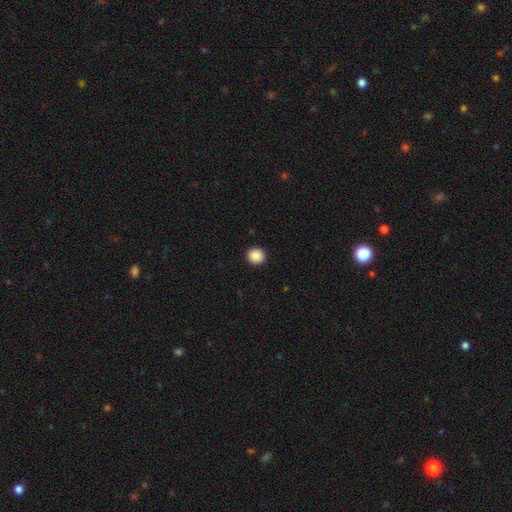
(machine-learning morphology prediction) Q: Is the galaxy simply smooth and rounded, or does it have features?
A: smooth — 89%.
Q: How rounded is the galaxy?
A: round — 92%.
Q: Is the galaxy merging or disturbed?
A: none — 93%.